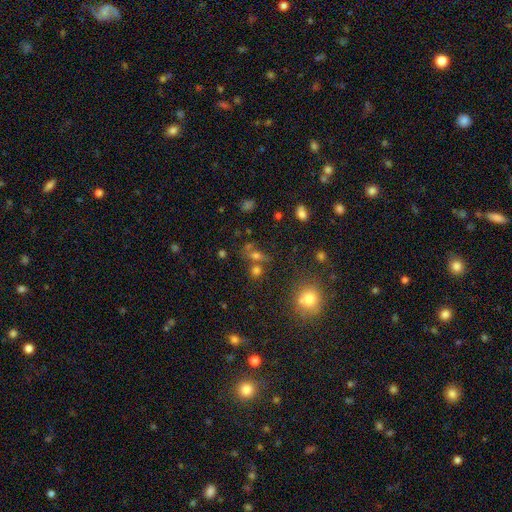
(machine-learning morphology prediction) This is marginally a smooth galaxy (43%). Merging: possibly none (59%).